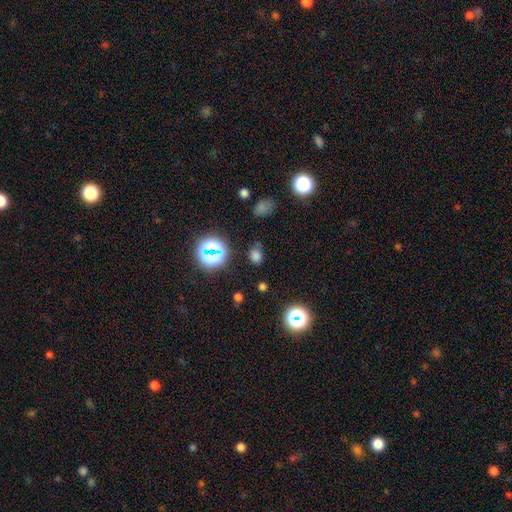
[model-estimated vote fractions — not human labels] Overall: smooth (65%; star or artifact 29%). How rounded: round (53%; in between 45%). Merging: none (74%).